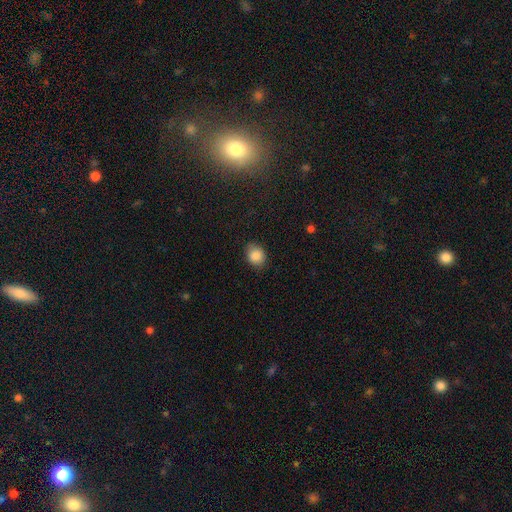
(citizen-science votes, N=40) Volunteers were most divided on "how rounded": round: 56%, in between: 44%, cigar-shaped: 0%. More confident: smooth or featured — smooth (85%); merging — none (81%).